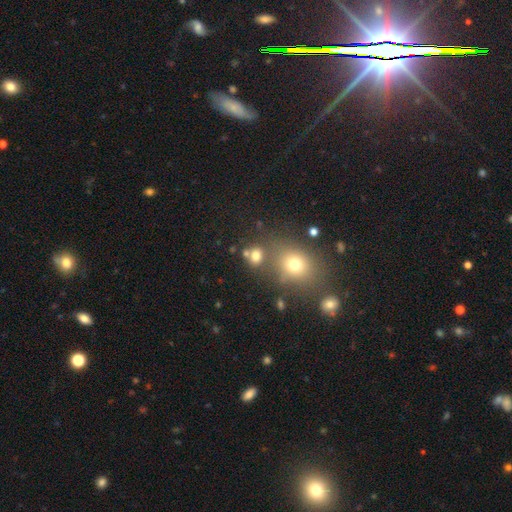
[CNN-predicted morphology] The model was most divided on "merging": none: 56%, merger: 27%, minor disturbance: 11%, major disturbance: 6%. More confident: smooth or featured — smooth (73%); how rounded — round (66%).